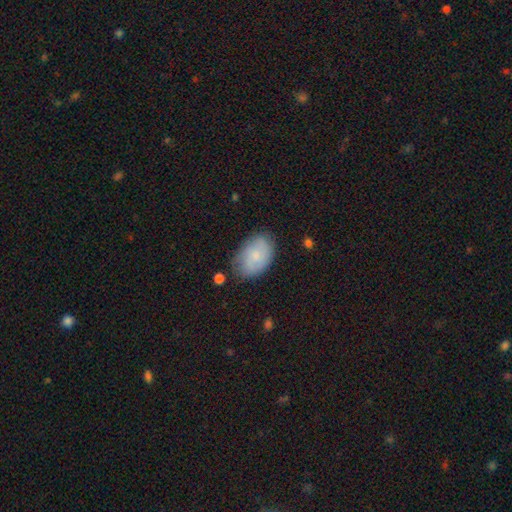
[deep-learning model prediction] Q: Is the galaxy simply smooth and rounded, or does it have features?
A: smooth — 70%.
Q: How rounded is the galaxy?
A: in between — 88%.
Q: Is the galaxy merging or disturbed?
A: none — 73%.